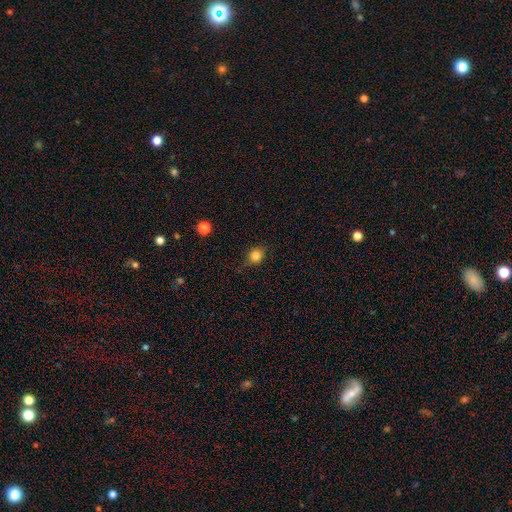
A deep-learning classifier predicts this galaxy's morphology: This is clearly a smooth galaxy (82%). How rounded: likely round (75%). Merging: likely none (78%).